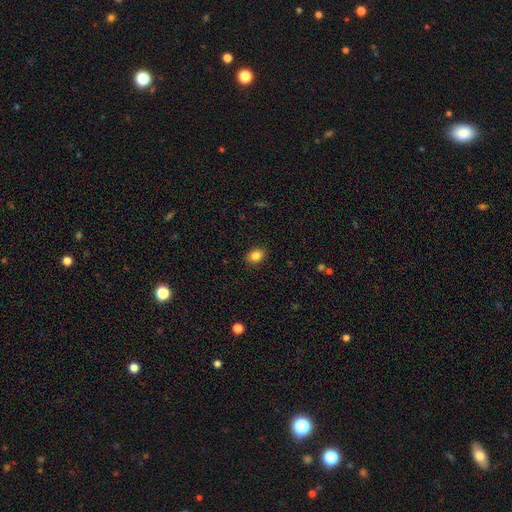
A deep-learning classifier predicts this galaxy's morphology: Overall: smooth (84%). How rounded: in between (68%; round 31%). Merging: none (89%).